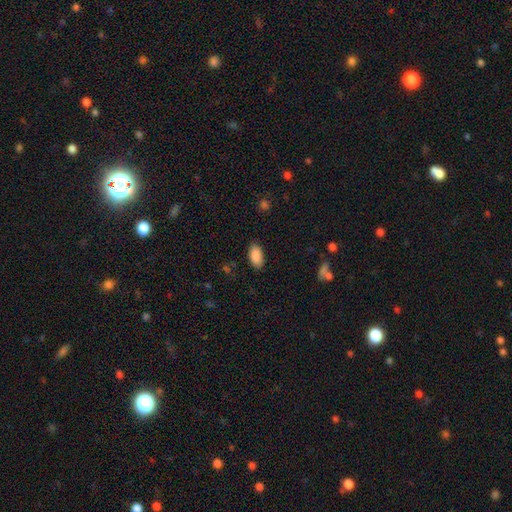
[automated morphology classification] A smooth galaxy with no disk features (89%) that is in between round and cigar-shaped (94%).

Vote fractions:
- Smooth or featured? smooth: 89% / star or artifact: 7% / featured or disk: 4%
- How rounded? in between: 94% / cigar-shaped: 4% / round: 3%
- Merging? none: 87% / minor disturbance: 10% / major disturbance: 2% / merger: 1%